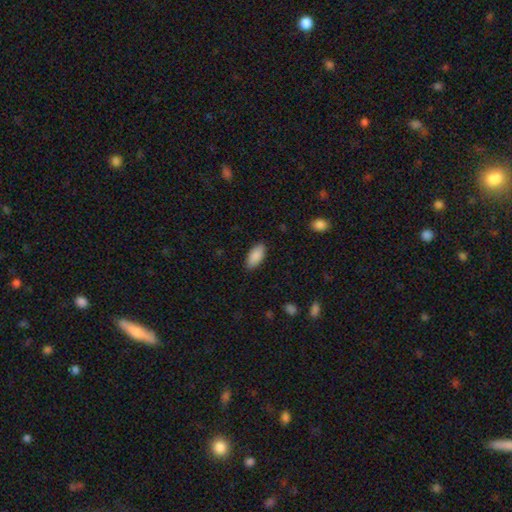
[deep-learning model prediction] Smooth or featured?
  - smooth: 90% *
  - star or artifact: 6%
  - featured or disk: 4%
How rounded?
  - in between: 91% *
  - cigar-shaped: 7%
  - round: 2%
Merging?
  - none: 87% *
  - minor disturbance: 10%
  - major disturbance: 2%
  - merger: 1%